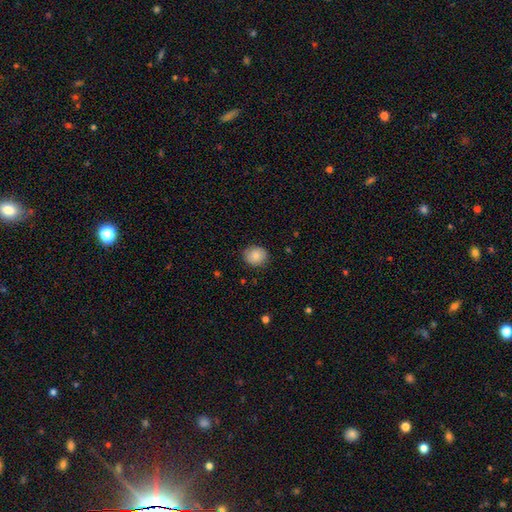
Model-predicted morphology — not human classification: smooth 84%, featured or disk 8%, star or artifact 8%. Down the decision tree: how rounded — round (73%); merging — none (86%).